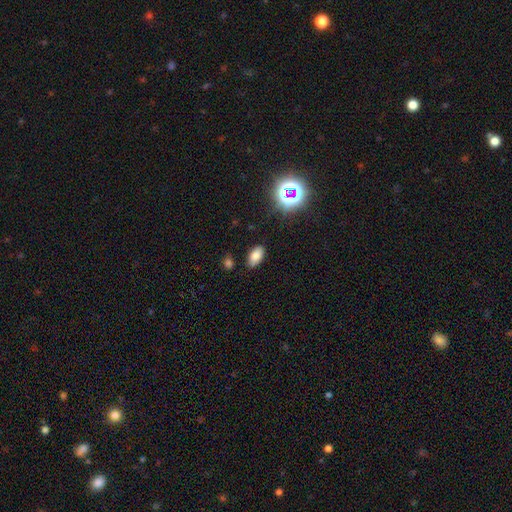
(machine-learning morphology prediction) type=smooth (77%); roundness=in between (92%); merging=none (85%).